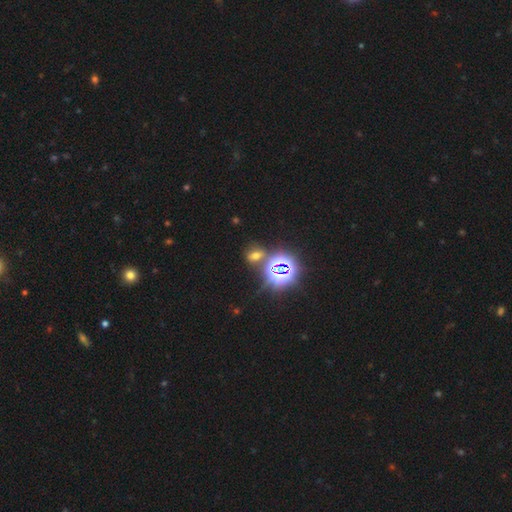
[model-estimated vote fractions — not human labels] Smooth or featured?
  - star or artifact: 50% *
  - smooth: 40%
  - featured or disk: 10%